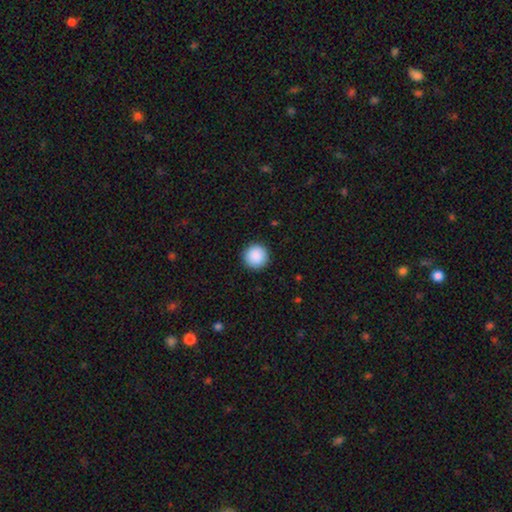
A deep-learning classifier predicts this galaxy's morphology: type=smooth (90%); roundness=round (96%); merging=none (93%).